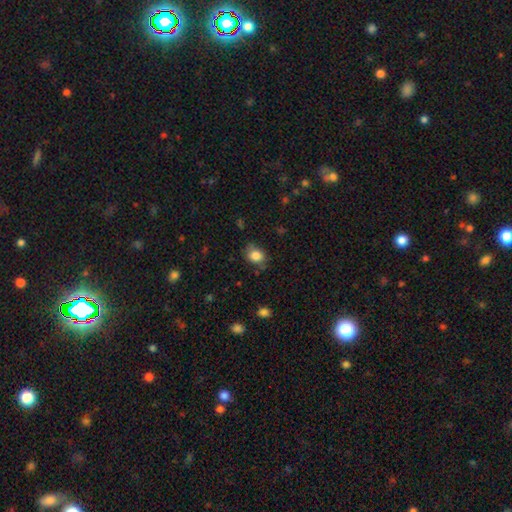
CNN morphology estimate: smooth 84%, star or artifact 9%, featured or disk 7%. Down the decision tree: how rounded — in between (50%); merging — none (68%).